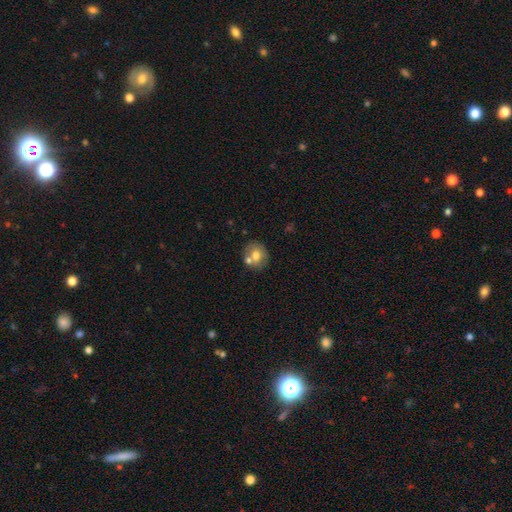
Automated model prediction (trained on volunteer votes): Overall: smooth (69%). How rounded: round (76%). Merging: none (60%; merger 25%).